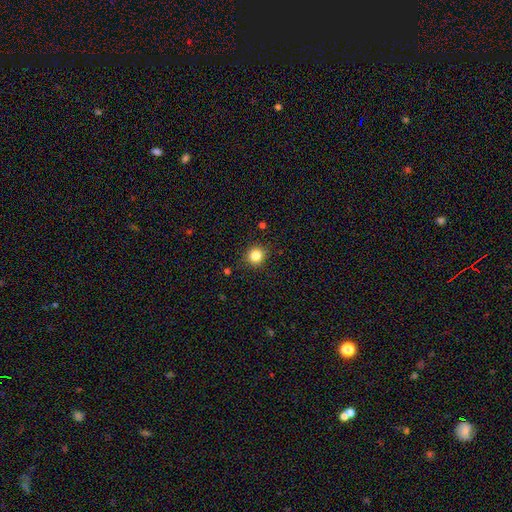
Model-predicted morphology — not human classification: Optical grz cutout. It shows a smooth galaxy with no disk features (84%) that is round (91%). Merging: none (90%).